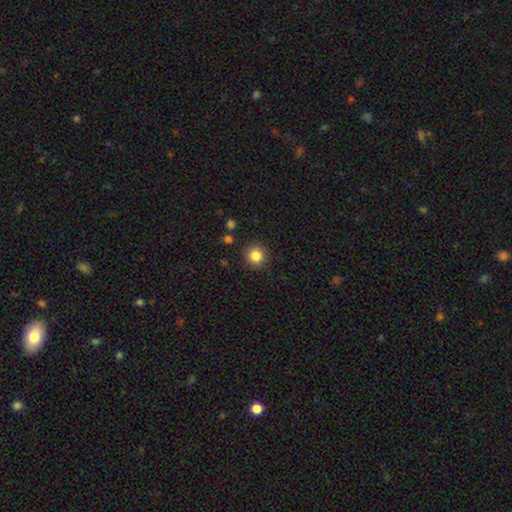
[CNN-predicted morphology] The model was most divided on "smooth or featured": smooth: 85%, star or artifact: 11%, featured or disk: 5%. More confident: how rounded — round (93%); merging — none (90%).